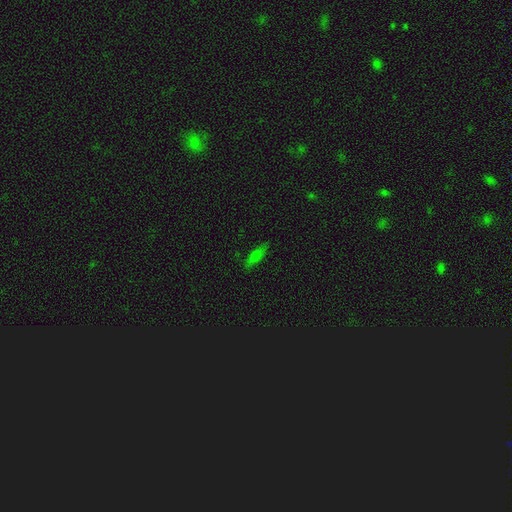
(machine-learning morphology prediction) This is possibly a smooth galaxy (55%). How rounded: possibly cigar-shaped (54%). Merging: clearly none (86%).